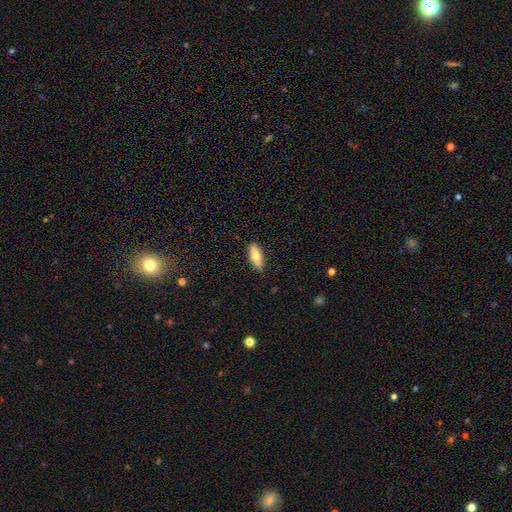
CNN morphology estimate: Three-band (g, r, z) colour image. It shows a smooth galaxy with no disk features (75%) that is in between round and cigar-shaped (72%). Merging: none (87%).